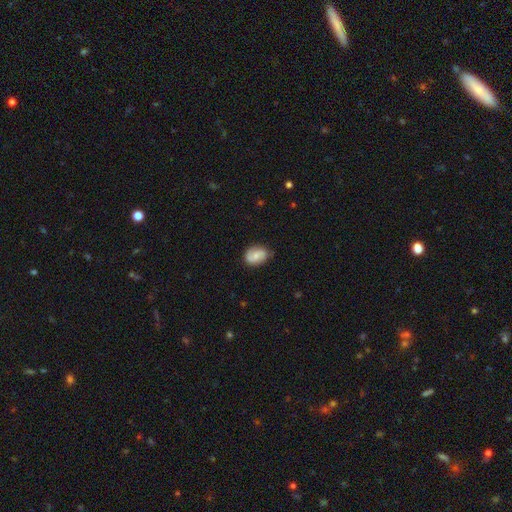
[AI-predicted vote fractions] Morphology: type=smooth (55%); roundness=in between (73%); merging=none (69%).